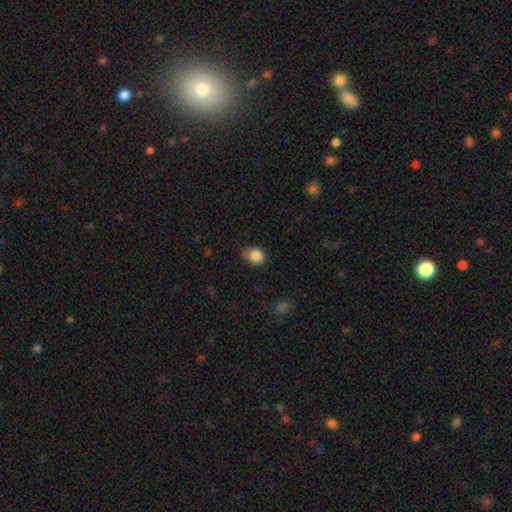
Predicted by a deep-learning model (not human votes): Smooth or featured? smooth (86%)
How rounded? round (63%)
Merging? none (65%)